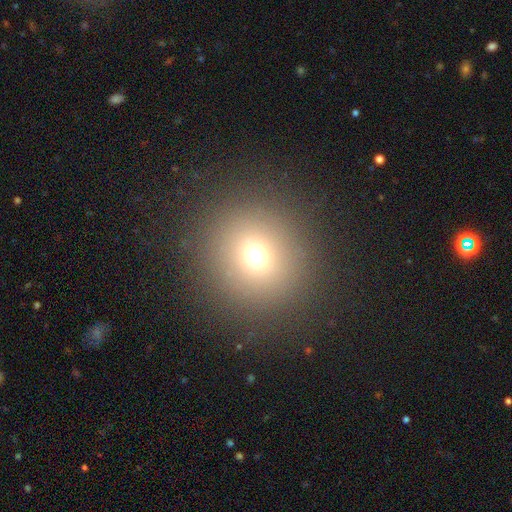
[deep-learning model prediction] The model was most divided on "smooth or featured": smooth: 70%, star or artifact: 20%, featured or disk: 10%. More confident: how rounded — round (93%); merging — none (89%).